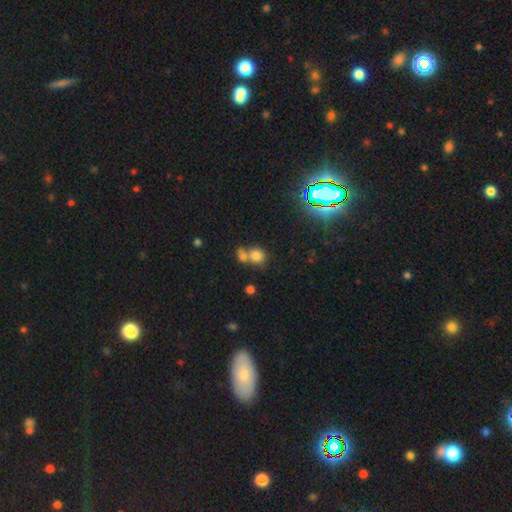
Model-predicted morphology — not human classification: Smooth or featured? smooth (77%)
How rounded? round (73%)
Merging? merger (49%)